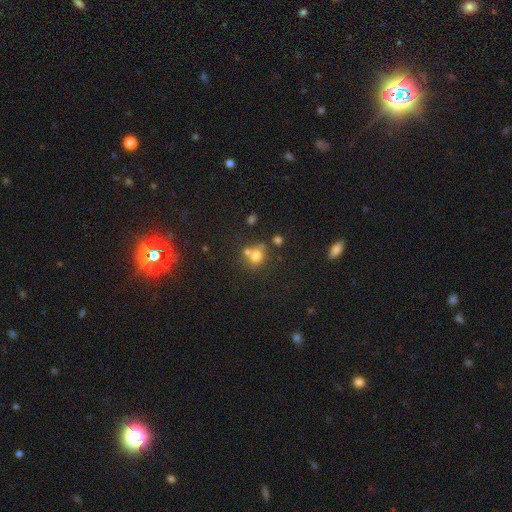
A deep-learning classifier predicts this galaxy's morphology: smooth_or_featured: smooth (p=0.71) [alt: star or artifact p=0.15]
how_rounded: round (p=0.71) [alt: in between p=0.28]
merging: none (p=0.46) [alt: merger p=0.36]